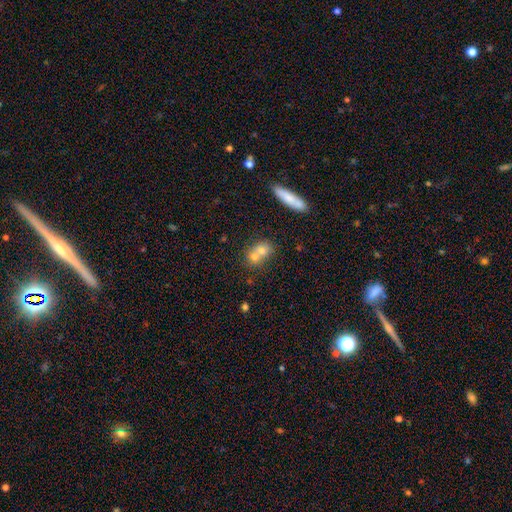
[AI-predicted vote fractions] The model was most divided on "merging": merger: 57%, none: 33%, minor disturbance: 7%, major disturbance: 3%. More confident: smooth or featured — smooth (63%); how rounded — round (62%).